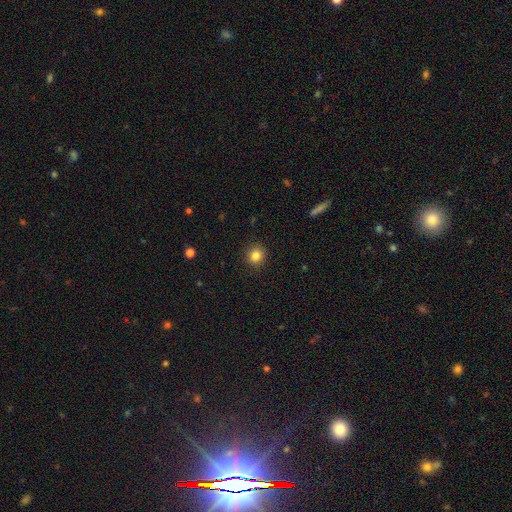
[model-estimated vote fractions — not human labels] Smooth or featured? smooth (84%)
How rounded? round (89%)
Merging? none (90%)